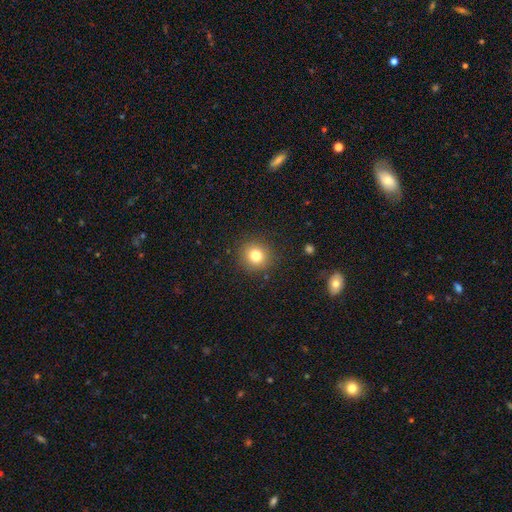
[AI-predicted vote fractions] smooth_or_featured: smooth (p=0.80) [alt: star or artifact p=0.12]
how_rounded: round (p=0.89) [alt: in between p=0.11]
merging: none (p=0.88) [alt: minor disturbance p=0.08]